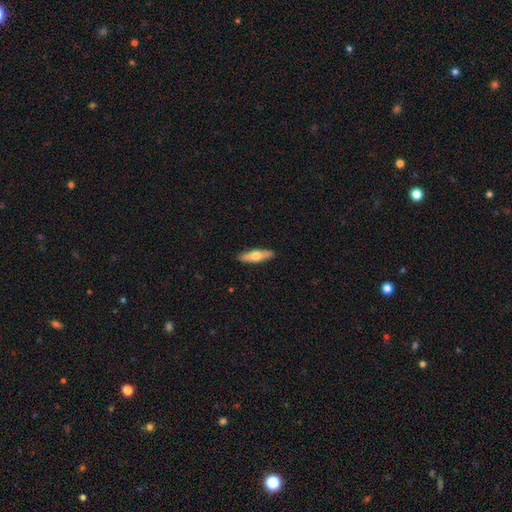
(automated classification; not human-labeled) Morphology: type=smooth (50%); roundness=cigar-shaped (60%); merging=none (89%).